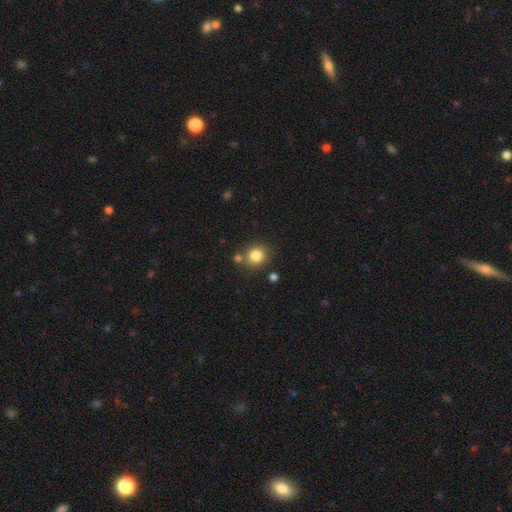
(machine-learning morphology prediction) This appears to be a smooth galaxy with no disk features (83%) that is round (80%). Merging: none (74%).